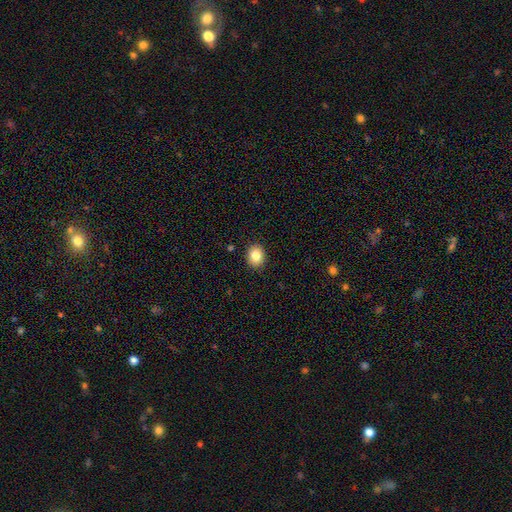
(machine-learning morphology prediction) Smooth or featured? Predicted: smooth (p=0.84). How rounded? Predicted: round (p=0.59). Merging? Predicted: none (p=0.90).